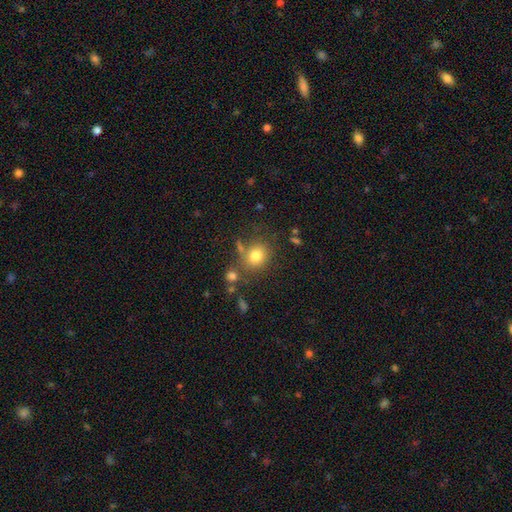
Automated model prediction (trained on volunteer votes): Q: Smooth or featured?
A: smooth (77%); runner-up: star or artifact (13%)
Q: How rounded?
A: round (72%); runner-up: in between (27%)
Q: Merging?
A: none (70%); runner-up: minor disturbance (13%)